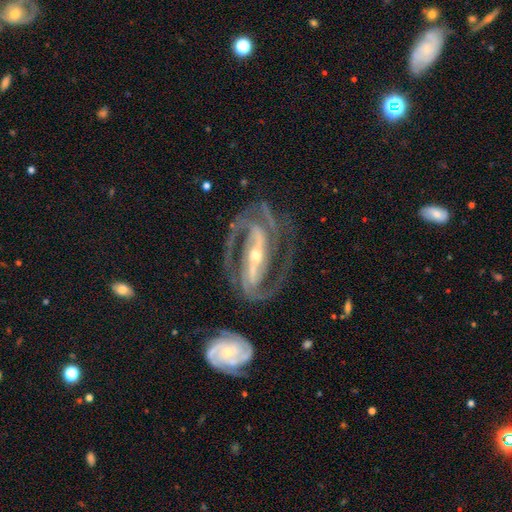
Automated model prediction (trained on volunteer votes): Morphology: type=featured or disk (91%); edge-on=no (92%); bar=strong (77%); spiral arms=yes (97%); winding=medium (47%); arm count=2 (79%); bulge=small (54%); merging=none (66%).